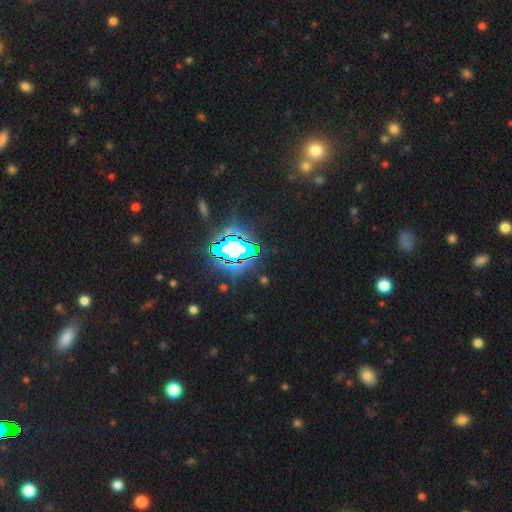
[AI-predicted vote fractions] Smooth or featured? star or artifact (80%)